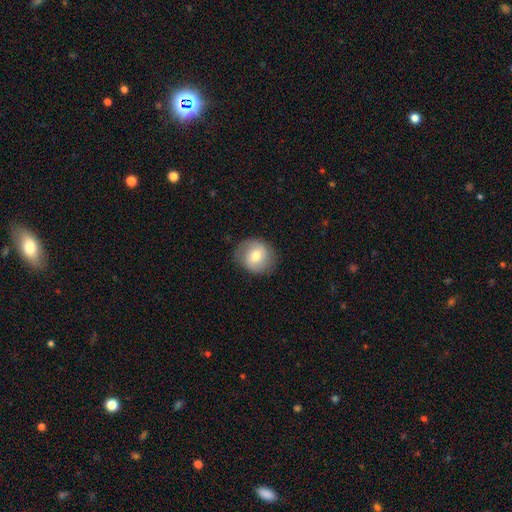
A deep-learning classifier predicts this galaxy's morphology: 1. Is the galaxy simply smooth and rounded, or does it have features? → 65% smooth, 28% featured or disk, 8% star or artifact.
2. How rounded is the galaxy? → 82% round, 18% in between, 1% cigar-shaped.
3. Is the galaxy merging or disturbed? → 79% none, 16% minor disturbance, 5% major disturbance, 1% merger.